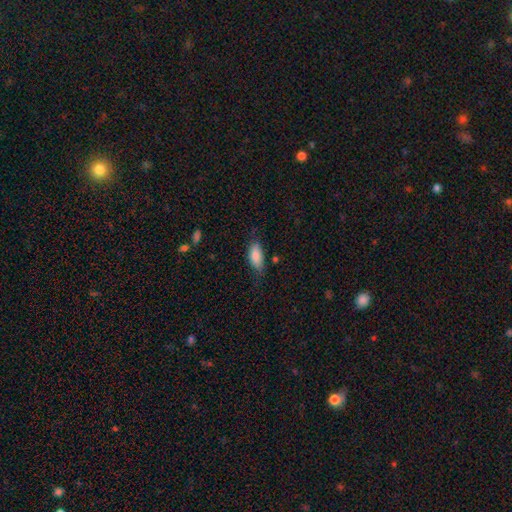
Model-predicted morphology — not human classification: smooth-or-featured: smooth: 84% | featured or disk: 9% | star or artifact: 7%
  how-rounded: in between: 86% | cigar-shaped: 12% | round: 2%
  merging: none: 65% | minor disturbance: 26% | major disturbance: 7% | merger: 2%